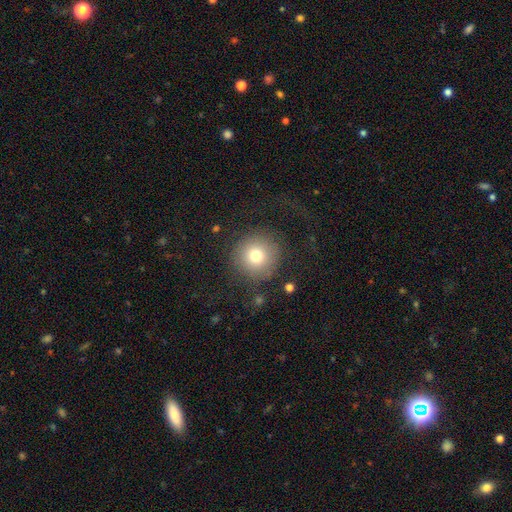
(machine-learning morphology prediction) smooth-or-featured: smooth: 76% | star or artifact: 12% | featured or disk: 12%
  how-rounded: round: 93% | in between: 6% | cigar-shaped: 1%
  merging: none: 80% | minor disturbance: 10% | major disturbance: 8% | merger: 2%